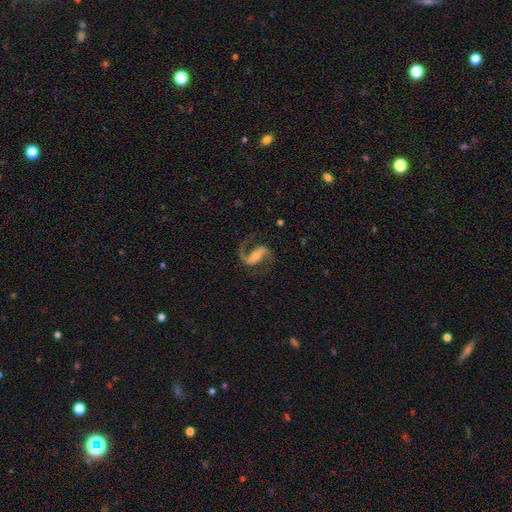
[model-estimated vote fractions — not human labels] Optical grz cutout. It shows a featured or disk galaxy (90%) with a strong bar (44%), 2 (92%) medium (50%) spiral arms (97%) and a moderate central bulge (48%). Merging: none (77%).